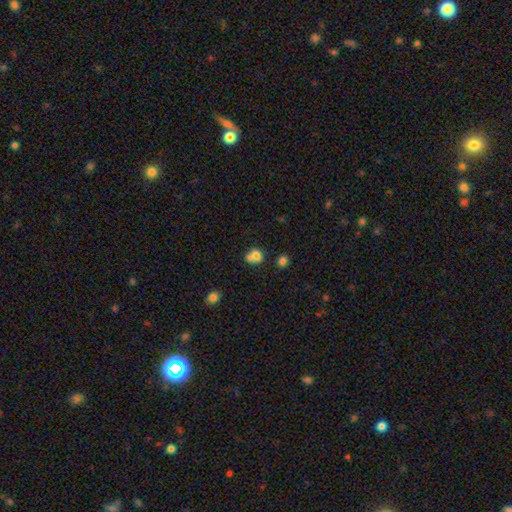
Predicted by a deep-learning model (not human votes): A smooth galaxy with no disk features (73%) that is round (65%).

Vote fractions:
- Smooth or featured? smooth: 73% / featured or disk: 15% / star or artifact: 12%
- How rounded? round: 65% / in between: 34% / cigar-shaped: 1%
- Merging? merger: 50% / none: 35% / minor disturbance: 10% / major disturbance: 4%